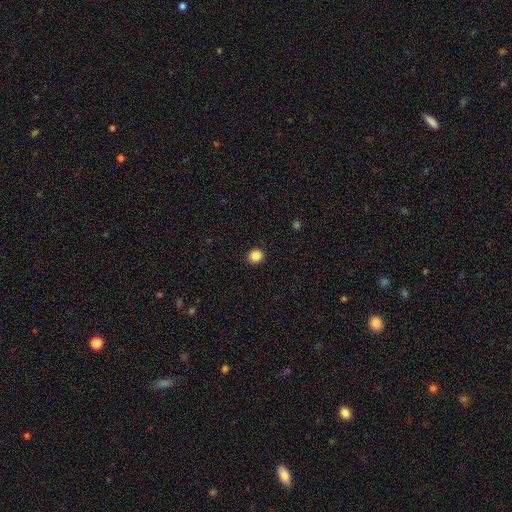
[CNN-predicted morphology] A smooth galaxy with no disk features (86%) that is round (90%). Merging: none (92%).